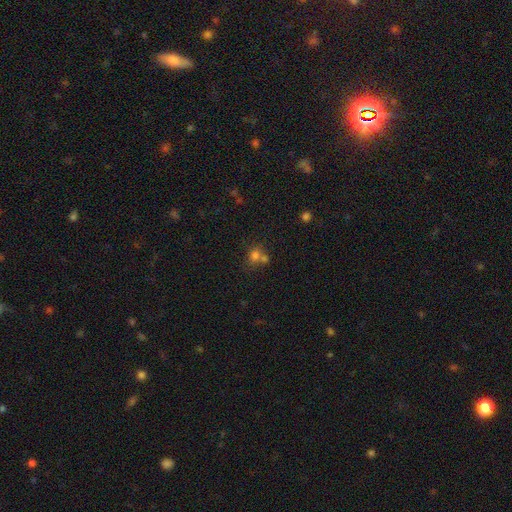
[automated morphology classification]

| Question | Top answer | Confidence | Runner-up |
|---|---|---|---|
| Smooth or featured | smooth | 72% | star or artifact (17%) |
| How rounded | round | 70% | in between (29%) |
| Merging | merger | 44% | none (42%) |